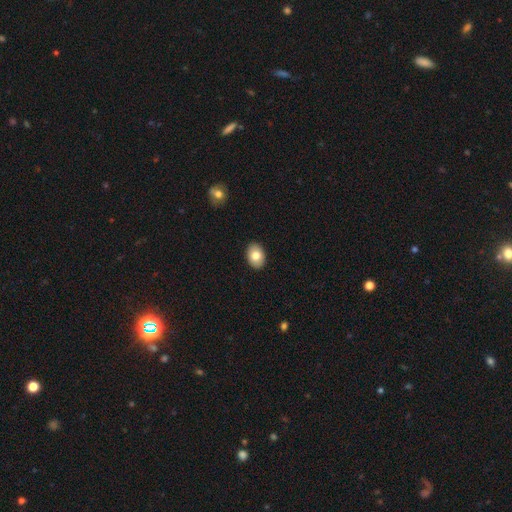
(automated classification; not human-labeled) smooth-or-featured: smooth: 80% | featured or disk: 13% | star or artifact: 7%
  how-rounded: in between: 82% | round: 17% | cigar-shaped: 1%
  merging: none: 91% | minor disturbance: 7% | major disturbance: 2% | merger: 1%